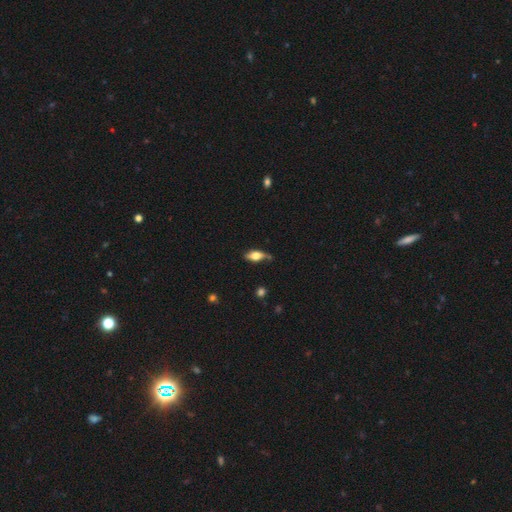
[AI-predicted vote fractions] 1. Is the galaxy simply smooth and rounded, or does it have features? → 55% smooth, 37% featured or disk, 8% star or artifact.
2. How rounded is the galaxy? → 75% in between, 19% cigar-shaped, 5% round.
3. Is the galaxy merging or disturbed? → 64% none, 26% minor disturbance, 7% major disturbance, 4% merger.